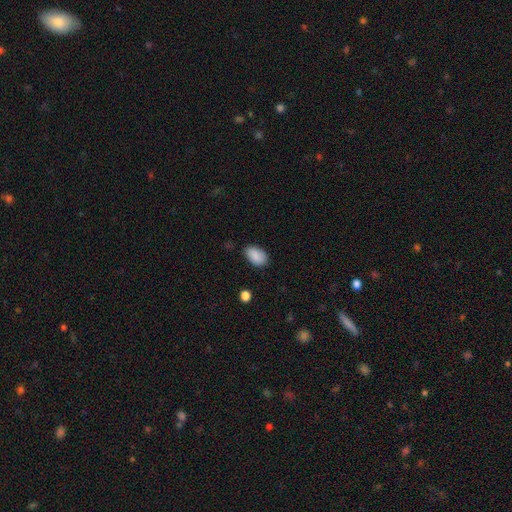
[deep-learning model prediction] Smooth or featured? smooth (86%)
How rounded? in between (92%)
Merging? none (76%)